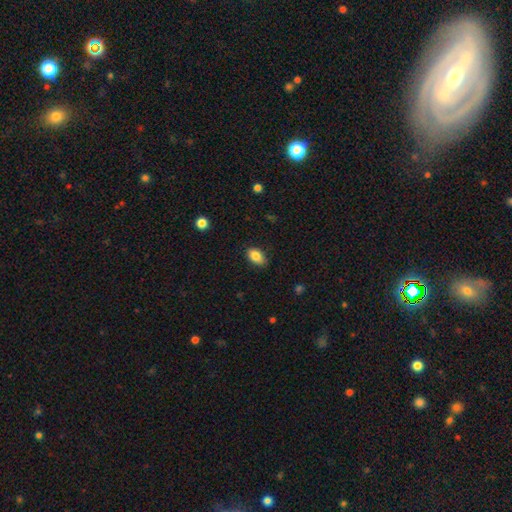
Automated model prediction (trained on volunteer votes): A smooth galaxy with no disk features (85%) that is in between round and cigar-shaped (89%).

Vote fractions:
- Smooth or featured? smooth: 85% / star or artifact: 8% / featured or disk: 7%
- How rounded? in between: 89% / round: 8% / cigar-shaped: 2%
- Merging? none: 79% / minor disturbance: 17% / major disturbance: 3% / merger: 1%